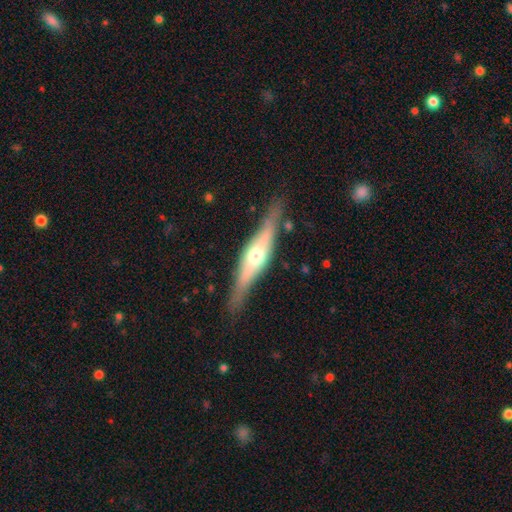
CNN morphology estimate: smooth_or_featured: featured or disk (p=0.69) [alt: smooth p=0.26]
disk_edge_on: yes (p=0.93) [alt: no p=0.07]
edge_on_bulge: rounded (p=0.89) [alt: boxy p=0.07]
merging: none (p=0.81) [alt: minor disturbance p=0.14]